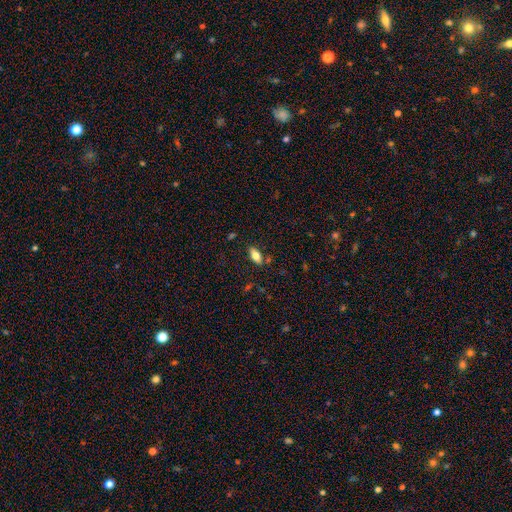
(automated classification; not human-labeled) This is likely a smooth galaxy (73%). How rounded: clearly in between (88%). Merging: clearly none (83%).